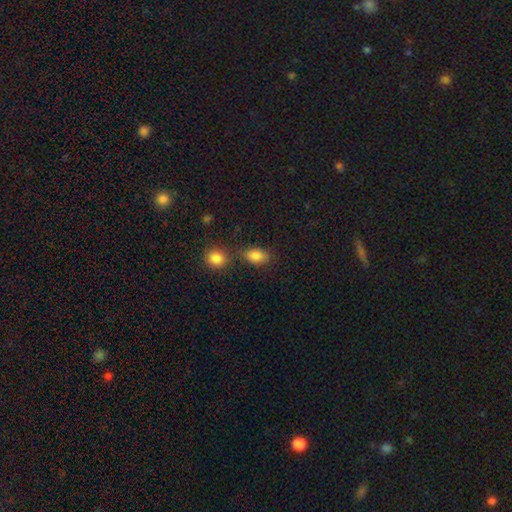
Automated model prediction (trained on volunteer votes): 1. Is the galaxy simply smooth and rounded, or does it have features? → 84% smooth, 10% star or artifact, 5% featured or disk.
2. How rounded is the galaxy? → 83% in between, 14% round, 2% cigar-shaped.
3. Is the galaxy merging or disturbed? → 60% none, 19% merger, 15% minor disturbance, 6% major disturbance.